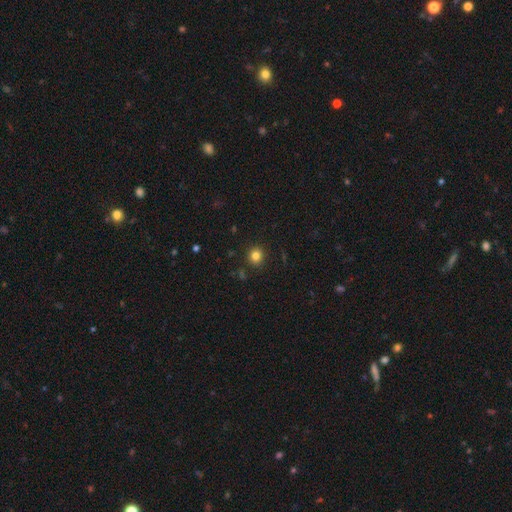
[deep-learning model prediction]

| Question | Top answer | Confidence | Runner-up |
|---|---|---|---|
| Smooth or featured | smooth | 82% | star or artifact (13%) |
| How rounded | round | 89% | in between (10%) |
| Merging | none | 90% | minor disturbance (6%) |